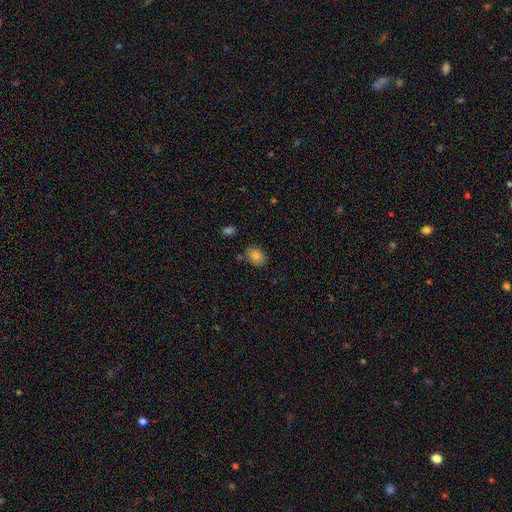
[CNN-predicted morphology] type=smooth (81%); roundness=in between (62%); merging=none (79%).